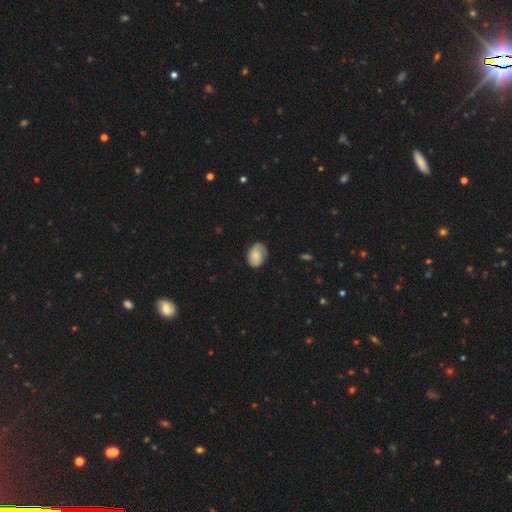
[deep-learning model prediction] Smooth or featured: smooth — 75% (featured or disk — 17%)
How rounded: in between — 76% (round — 23%)
Merging: none — 75% (minor disturbance — 19%)